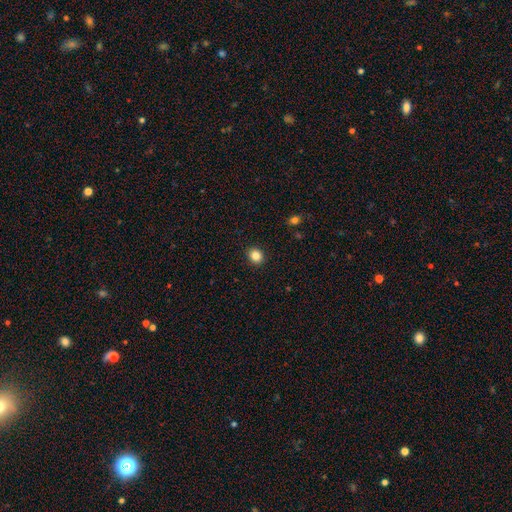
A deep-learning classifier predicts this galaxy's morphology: smooth 84%, star or artifact 11%, featured or disk 5%. Down the decision tree: how rounded — round (79%); merging — none (92%).